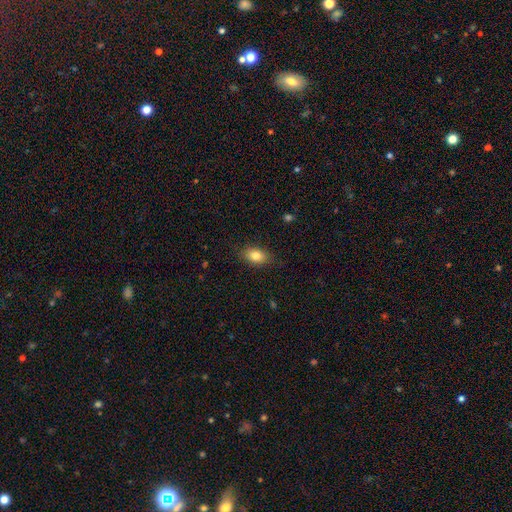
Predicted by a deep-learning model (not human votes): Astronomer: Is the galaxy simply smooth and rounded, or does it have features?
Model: smooth — 82%.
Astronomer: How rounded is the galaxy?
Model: in between — 85%.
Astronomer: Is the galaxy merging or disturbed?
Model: none — 85%.